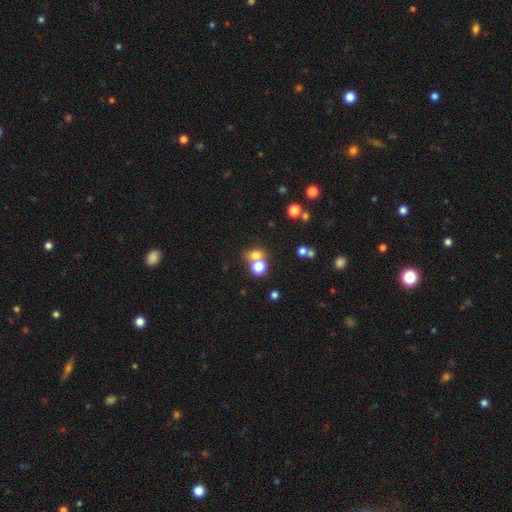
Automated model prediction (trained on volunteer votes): This appears to be a smooth galaxy with no disk features (71%) that is round (61%). Merging: none (44%).